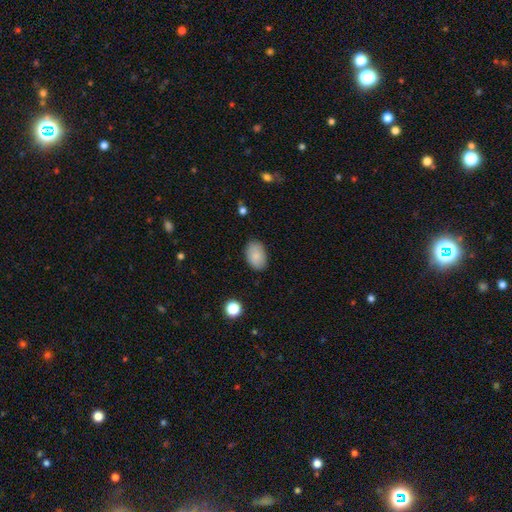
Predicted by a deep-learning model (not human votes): Morphology: type=smooth (86%); roundness=in between (88%); merging=none (85%).